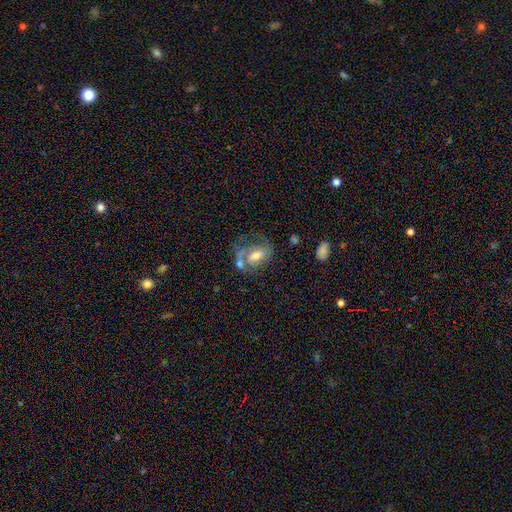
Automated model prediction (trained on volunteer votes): The model was most divided on "bar": weak: 43%, no: 37%, strong: 21%. Remaining: edge-on disk — no (95%); spiral arms — yes (77%); smooth or featured — featured or disk (61%); bulge size — moderate (60%); merging — none (37%).